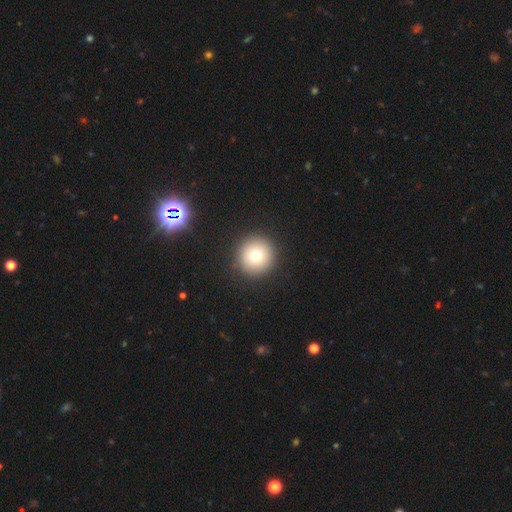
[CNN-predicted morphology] smooth_or_featured: smooth (p=0.74) [alt: featured or disk p=0.13]
how_rounded: round (p=0.96) [alt: in between p=0.03]
merging: none (p=0.92) [alt: minor disturbance p=0.05]